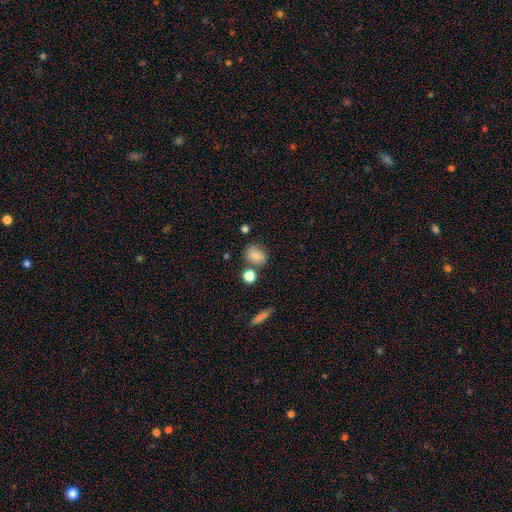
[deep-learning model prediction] This appears to be a smooth galaxy with no disk features (80%) that is in between round and cigar-shaped (50%). Merging: none (67%).